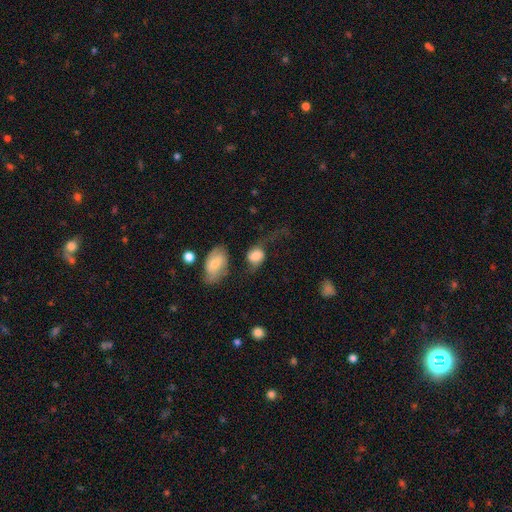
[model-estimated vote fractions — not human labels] Smooth or featured? Predicted: smooth (p=0.57). How rounded? Predicted: in between (p=0.55). Merging? Predicted: major disturbance (p=0.38).